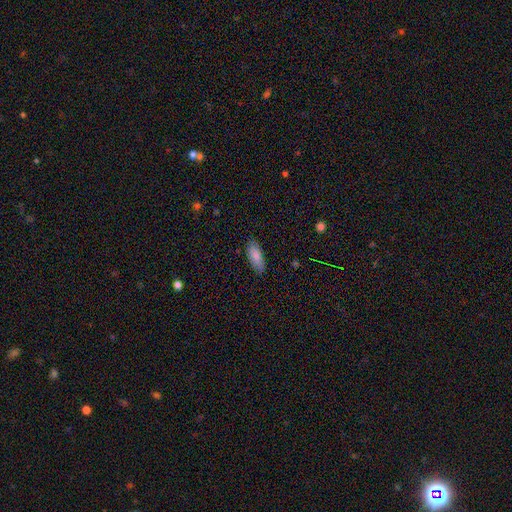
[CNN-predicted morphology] smooth-or-featured: smooth: 84% | featured or disk: 10% | star or artifact: 6%
  how-rounded: in between: 80% | cigar-shaped: 18% | round: 2%
  merging: none: 85% | minor disturbance: 12% | major disturbance: 2% | merger: 1%